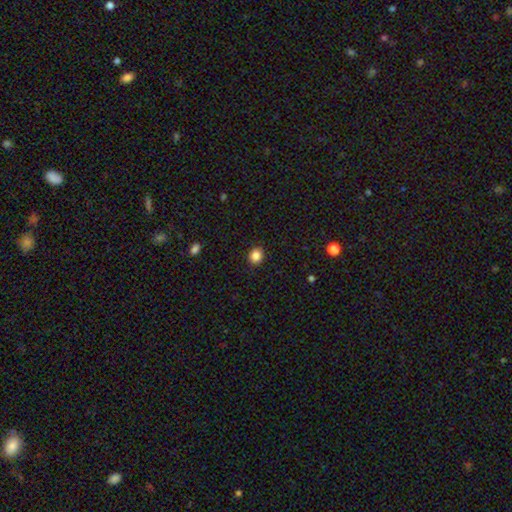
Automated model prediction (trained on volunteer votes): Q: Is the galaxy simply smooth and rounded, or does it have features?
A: smooth — 85%.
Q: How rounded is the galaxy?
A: round — 73%.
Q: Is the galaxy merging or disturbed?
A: none — 91%.